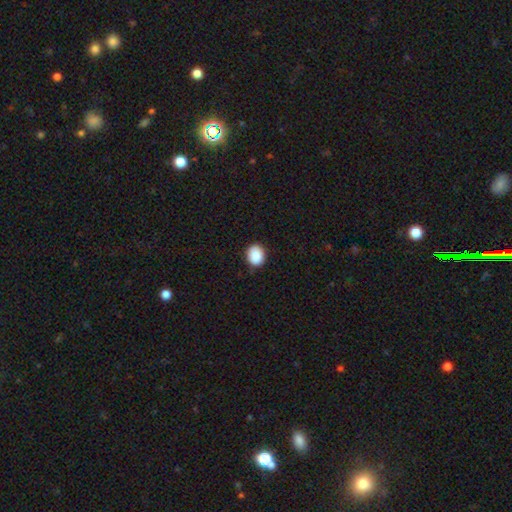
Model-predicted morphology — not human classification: A smooth galaxy with no disk features (87%) that is round (63%). Merging: none (86%).